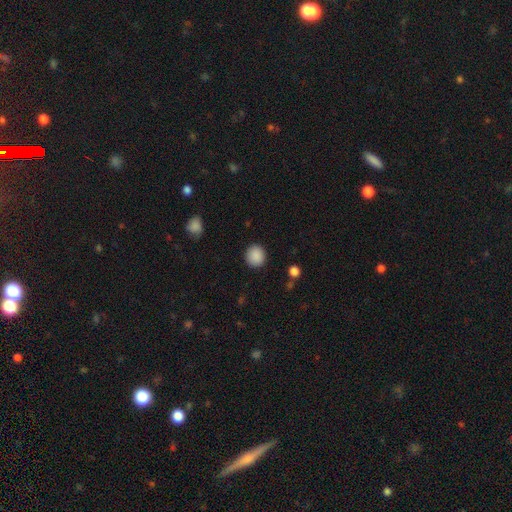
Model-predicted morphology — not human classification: This appears to be a smooth galaxy with no disk features (89%) that is round (86%). Merging: none (90%).